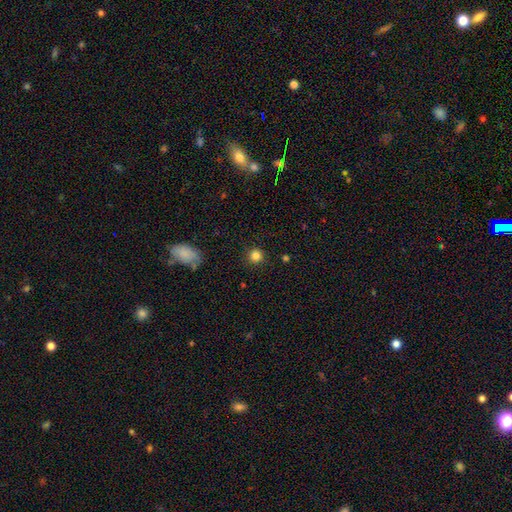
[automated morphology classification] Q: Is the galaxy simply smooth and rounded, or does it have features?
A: smooth — 84%.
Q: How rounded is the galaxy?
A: round — 94%.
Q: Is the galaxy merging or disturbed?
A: none — 89%.